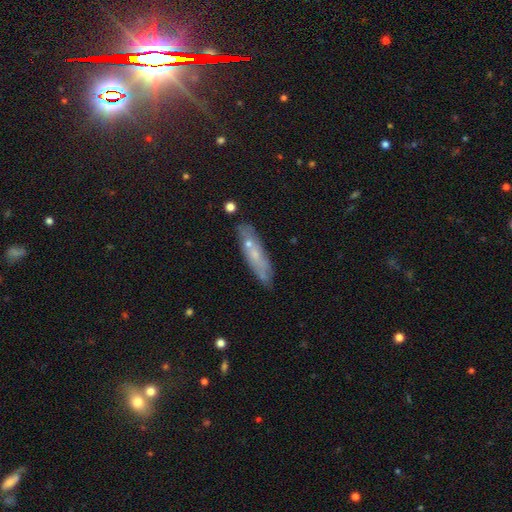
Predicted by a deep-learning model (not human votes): smooth-or-featured: smooth: 48% | featured or disk: 43% | star or artifact: 9%
  merging: none: 71% | minor disturbance: 17% | merger: 7% | major disturbance: 4%